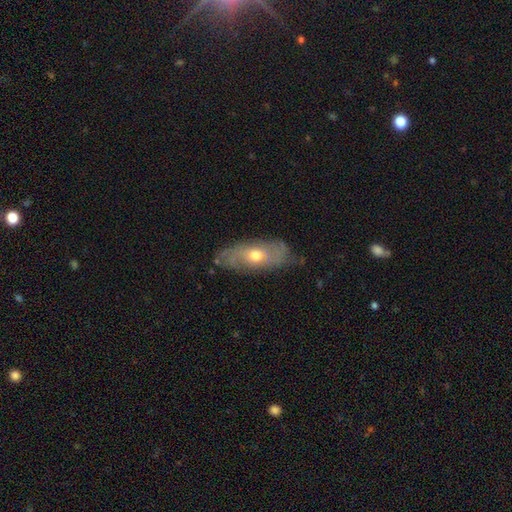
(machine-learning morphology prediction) Smooth or featured: featured or disk — 59% (smooth — 34%)
Edge-on disk: no — 80% (yes — 20%)
Merging: none — 69% (minor disturbance — 22%)